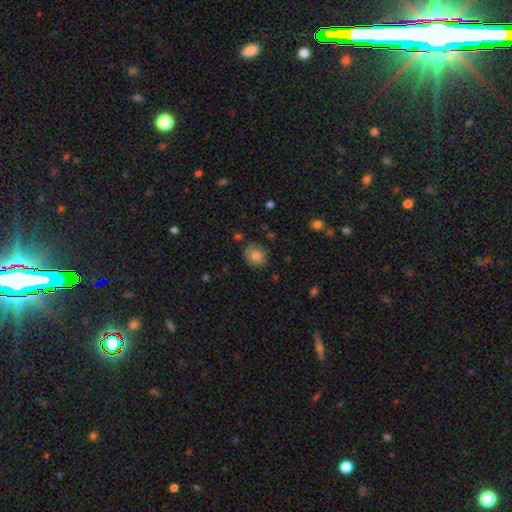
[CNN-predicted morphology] Smooth or featured?
  - smooth: 80% *
  - featured or disk: 10%
  - star or artifact: 9%
How rounded?
  - round: 82% *
  - in between: 17%
  - cigar-shaped: 1%
Merging?
  - none: 82% *
  - minor disturbance: 13%
  - major disturbance: 3%
  - merger: 2%